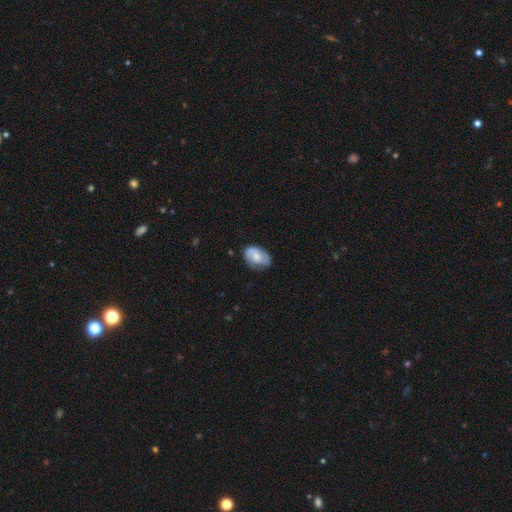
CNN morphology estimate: The model was most divided on "smooth or featured": smooth: 54%, featured or disk: 39%, star or artifact: 7%. More confident: how rounded — in between (85%); merging — none (65%).